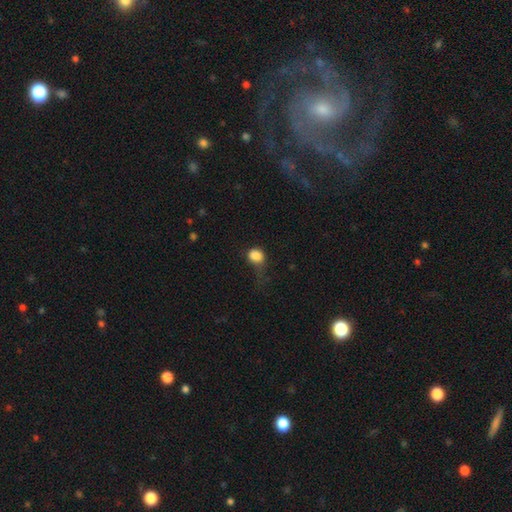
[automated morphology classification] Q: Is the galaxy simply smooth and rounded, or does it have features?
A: smooth — 83%.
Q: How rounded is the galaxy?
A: round — 55%.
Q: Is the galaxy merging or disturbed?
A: major disturbance — 33%.